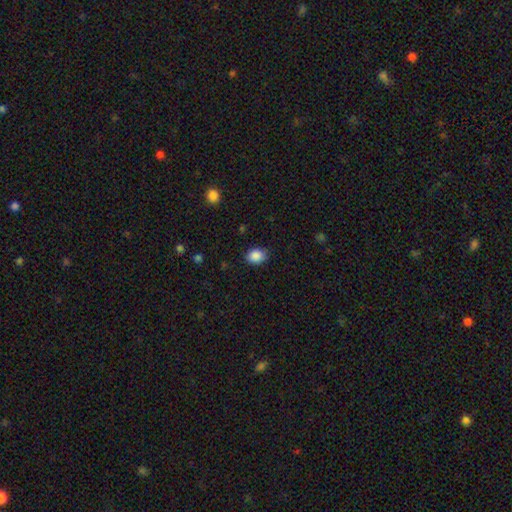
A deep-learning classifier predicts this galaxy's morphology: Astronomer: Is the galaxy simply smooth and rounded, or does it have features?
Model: smooth — 88%.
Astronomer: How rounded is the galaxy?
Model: in between — 60% (runner-up: round, 39%).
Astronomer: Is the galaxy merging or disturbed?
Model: none — 81%.